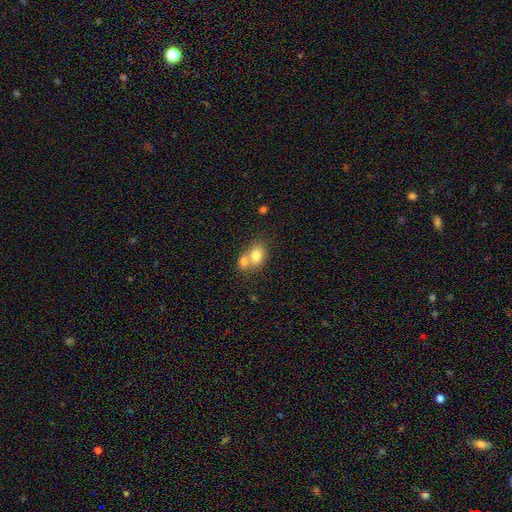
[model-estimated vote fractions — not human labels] Smooth or featured? smooth (76%)
How rounded? in between (59%)
Merging? merger (58%)